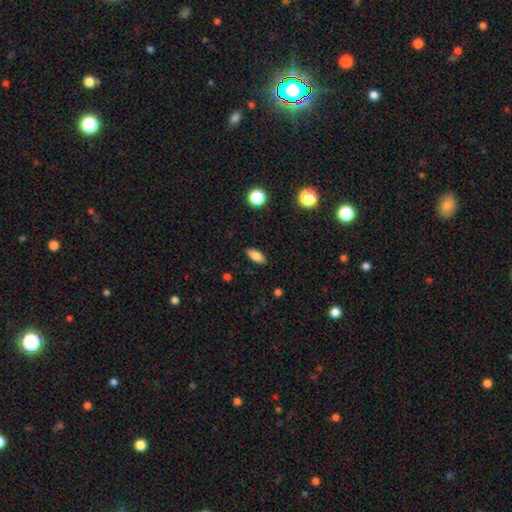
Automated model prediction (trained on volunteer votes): Q: Smooth or featured?
A: smooth (78%); runner-up: featured or disk (13%)
Q: How rounded?
A: in between (82%); runner-up: cigar-shaped (14%)
Q: Merging?
A: none (87%); runner-up: minor disturbance (10%)